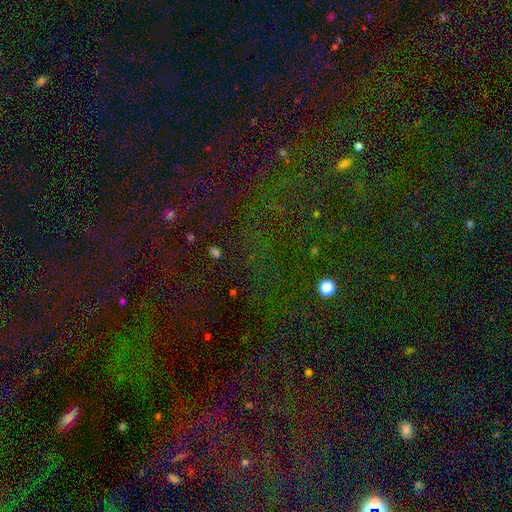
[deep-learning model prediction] Morphology: type=star or artifact (77%).